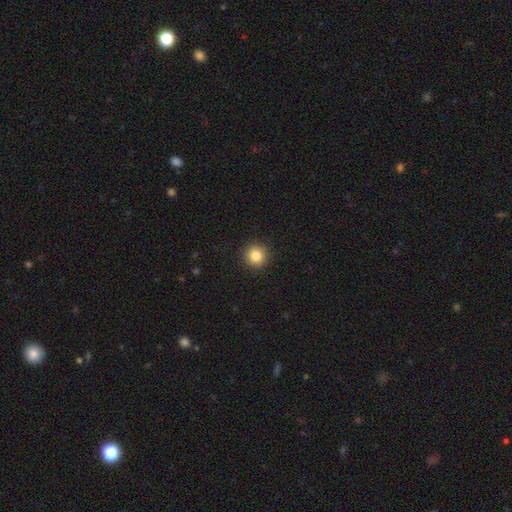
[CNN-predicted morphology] type=smooth (85%); roundness=round (94%); merging=none (92%).